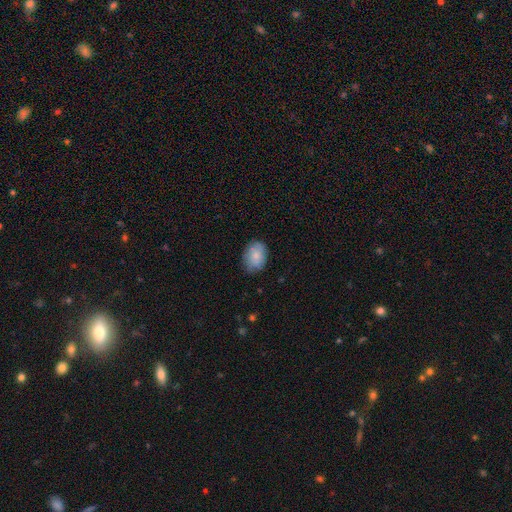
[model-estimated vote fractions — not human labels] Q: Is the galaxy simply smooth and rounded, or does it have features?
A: smooth — 82%.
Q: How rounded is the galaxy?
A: in between — 75%.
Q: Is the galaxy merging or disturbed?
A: none — 77%.